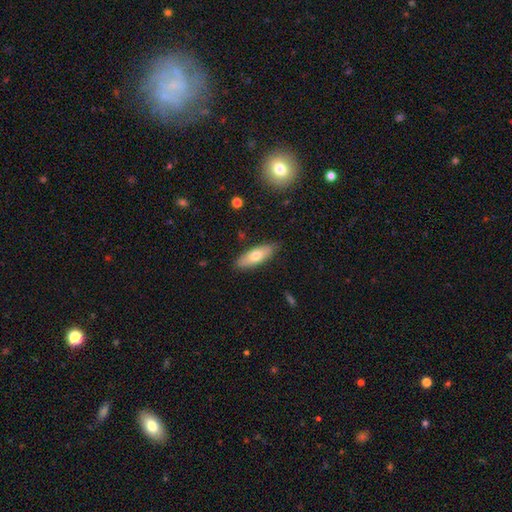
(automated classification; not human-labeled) Smooth or featured? Predicted: smooth (p=0.68). How rounded? Predicted: in between (p=0.65). Merging? Predicted: none (p=0.84).